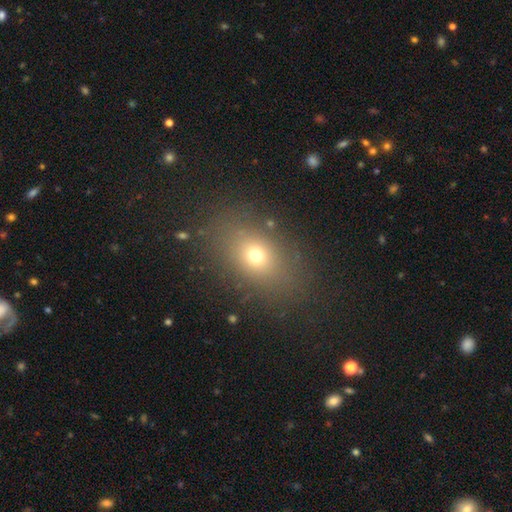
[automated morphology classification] Q: Smooth or featured?
A: smooth (68%); runner-up: star or artifact (18%)
Q: How rounded?
A: in between (67%); runner-up: round (31%)
Q: Merging?
A: none (82%); runner-up: minor disturbance (10%)